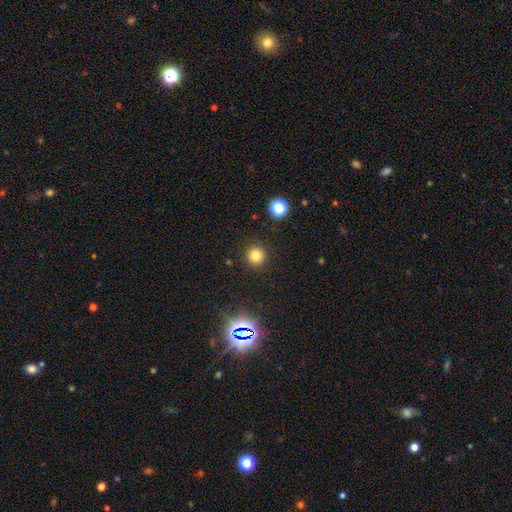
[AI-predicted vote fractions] smooth_or_featured: smooth (p=0.79) [alt: star or artifact p=0.16]
how_rounded: round (p=0.94) [alt: in between p=0.05]
merging: none (p=0.90) [alt: minor disturbance p=0.06]